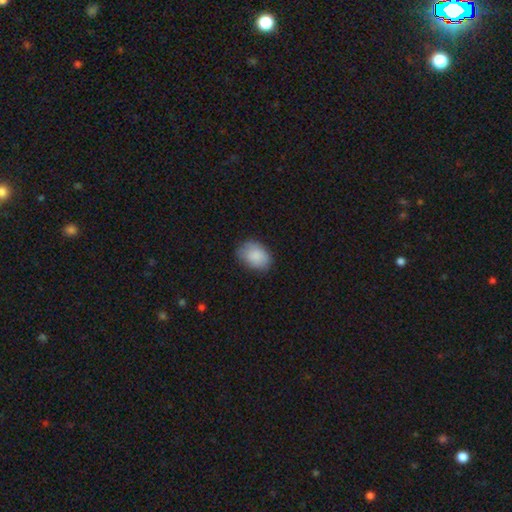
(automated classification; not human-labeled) Q: Smooth or featured?
A: smooth (87%); runner-up: star or artifact (7%)
Q: How rounded?
A: in between (80%); runner-up: round (19%)
Q: Merging?
A: none (72%); runner-up: minor disturbance (22%)